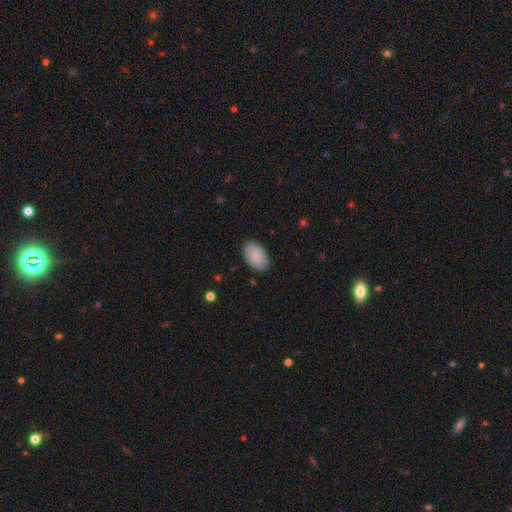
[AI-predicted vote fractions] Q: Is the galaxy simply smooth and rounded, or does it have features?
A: smooth — 88%.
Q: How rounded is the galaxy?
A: in between — 93%.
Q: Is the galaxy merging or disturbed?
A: none — 87%.